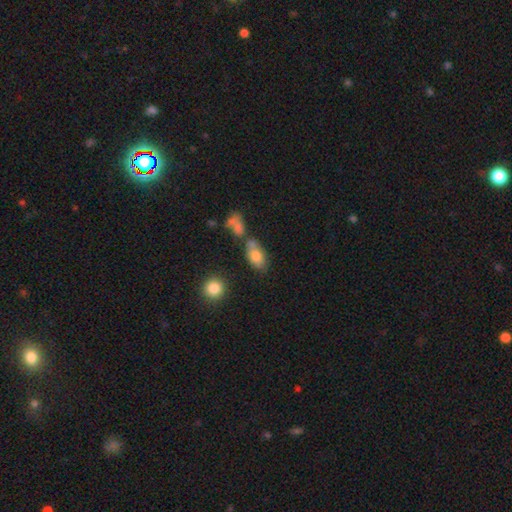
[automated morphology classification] Smooth or featured? smooth (76%)
How rounded? in between (87%)
Merging? none (44%)